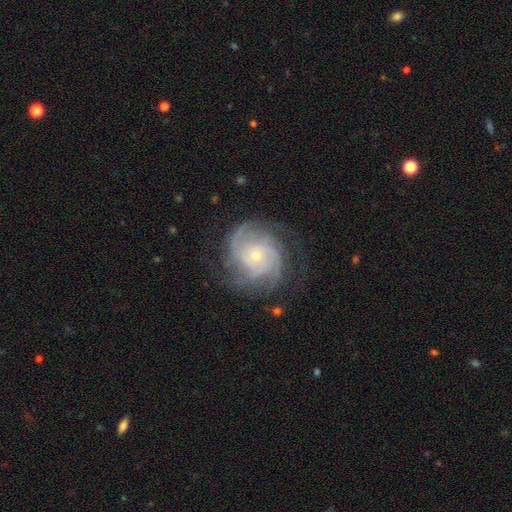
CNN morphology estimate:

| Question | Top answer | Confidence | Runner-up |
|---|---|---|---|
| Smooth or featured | featured or disk | 88% | smooth (6%) |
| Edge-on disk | no | 98% | yes (2%) |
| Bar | no | 76% | weak (20%) |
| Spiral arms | yes | 97% | no (3%) |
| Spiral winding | tight | 63% | medium (31%) |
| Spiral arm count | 3 | 28% | 4 (23%) |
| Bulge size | small | 73% | moderate (23%) |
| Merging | none | 75% | minor disturbance (16%) |